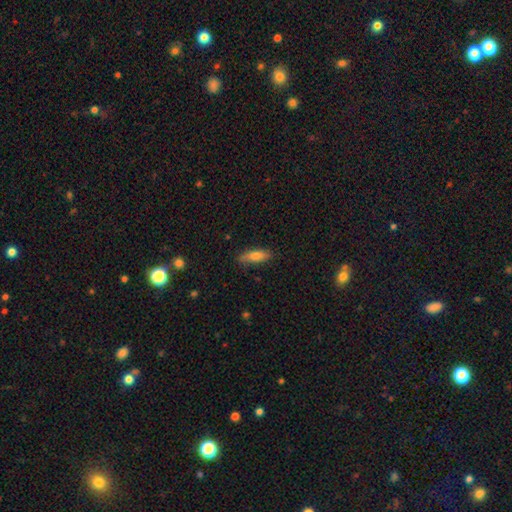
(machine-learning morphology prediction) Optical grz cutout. It shows a smooth galaxy with no disk features (75%) that is in between round and cigar-shaped (49%). Merging: none (82%).